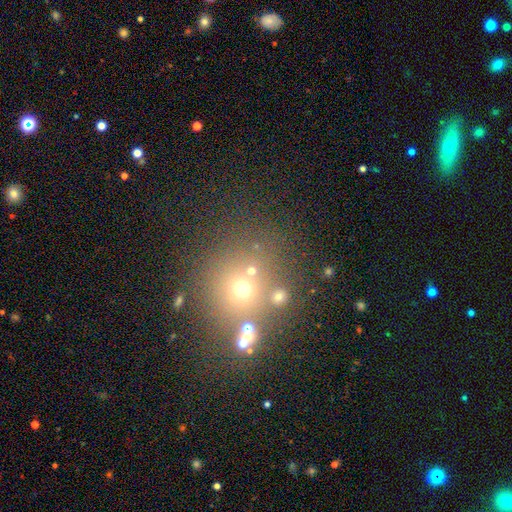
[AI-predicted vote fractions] Overall: smooth (44%; star or artifact 39%). Merging: none (58%; merger 27%).